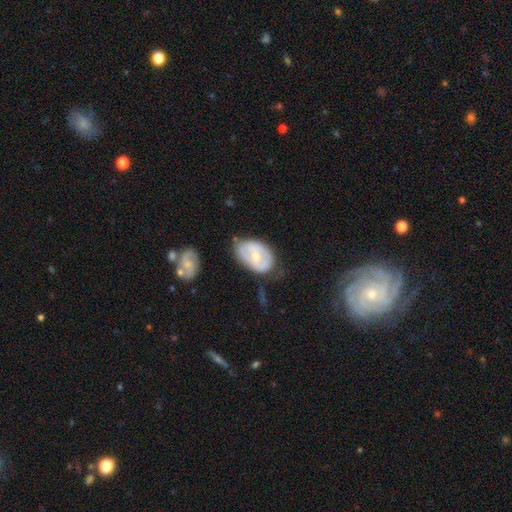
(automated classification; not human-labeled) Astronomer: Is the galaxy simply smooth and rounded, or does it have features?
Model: featured or disk — 55% (runner-up: smooth, 39%).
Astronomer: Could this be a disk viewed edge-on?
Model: no — 94%.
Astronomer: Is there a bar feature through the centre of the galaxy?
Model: no — 49% (runner-up: weak, 33%).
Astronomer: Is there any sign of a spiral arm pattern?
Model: no — 63%.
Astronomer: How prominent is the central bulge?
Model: moderate — 50% (runner-up: small, 47%).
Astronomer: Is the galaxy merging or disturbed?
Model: none — 54% (runner-up: minor disturbance, 29%).